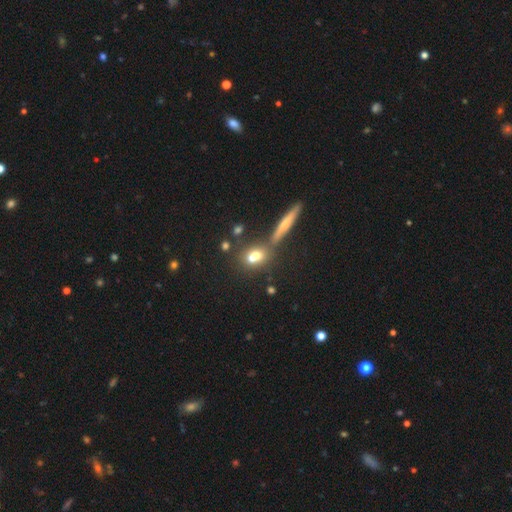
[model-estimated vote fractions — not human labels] A smooth galaxy with no disk features (64%) that is round (52%).

Vote fractions:
- Smooth or featured? smooth: 64% / featured or disk: 20% / star or artifact: 16%
- How rounded? round: 52% / in between: 39% / cigar-shaped: 9%
- Merging? none: 52% / merger: 34% / minor disturbance: 10% / major disturbance: 4%